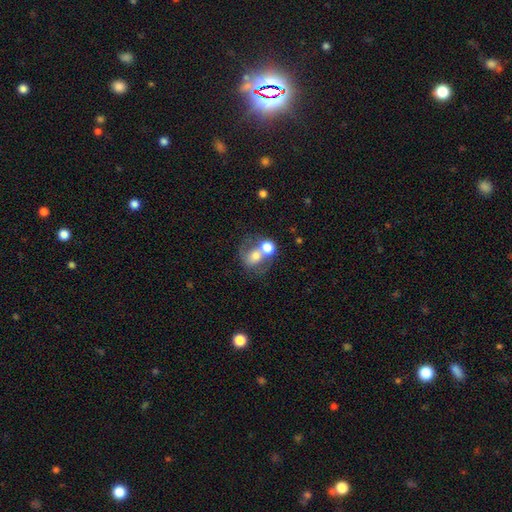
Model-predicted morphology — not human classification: This is likely a smooth galaxy (61%). How rounded: likely round (60%). Merging: possibly merger (59%).